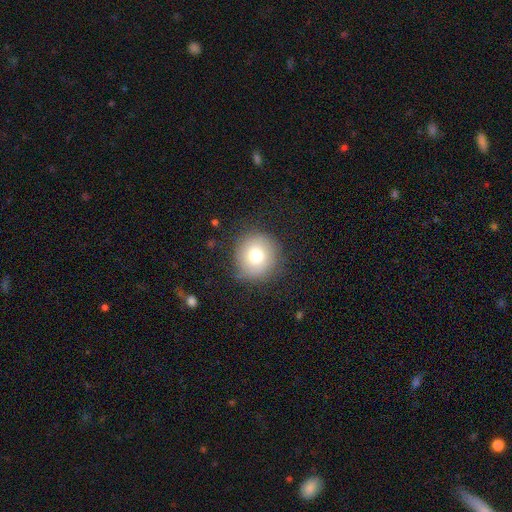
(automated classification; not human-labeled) smooth_or_featured: smooth (p=0.74) [alt: featured or disk p=0.14]
how_rounded: round (p=0.92) [alt: in between p=0.07]
merging: none (p=0.82) [alt: minor disturbance p=0.12]